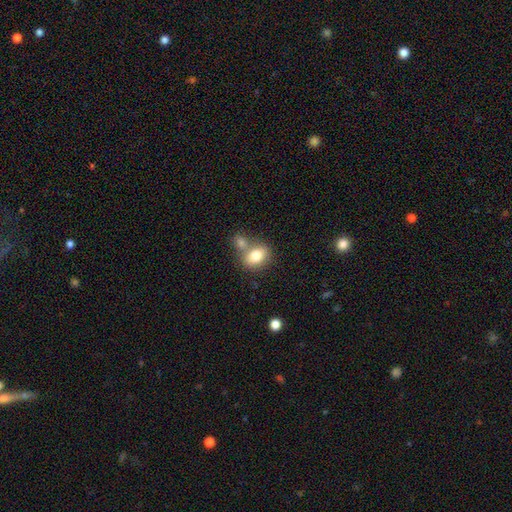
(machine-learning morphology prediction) Q: Smooth or featured?
A: smooth (79%); runner-up: featured or disk (12%)
Q: How rounded?
A: in between (68%); runner-up: round (31%)
Q: Merging?
A: none (46%); runner-up: merger (39%)